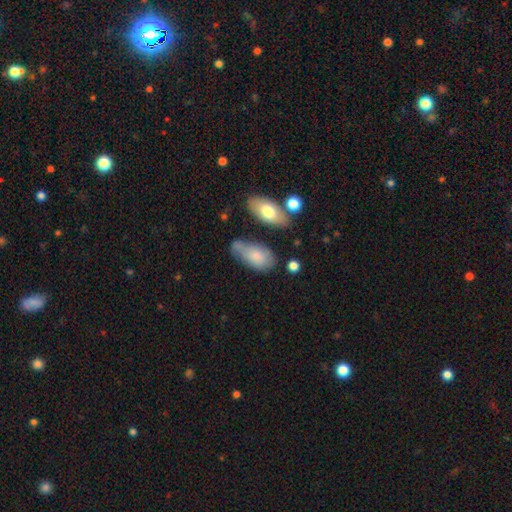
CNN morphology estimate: type=smooth (76%); roundness=in between (92%); merging=none (42%).